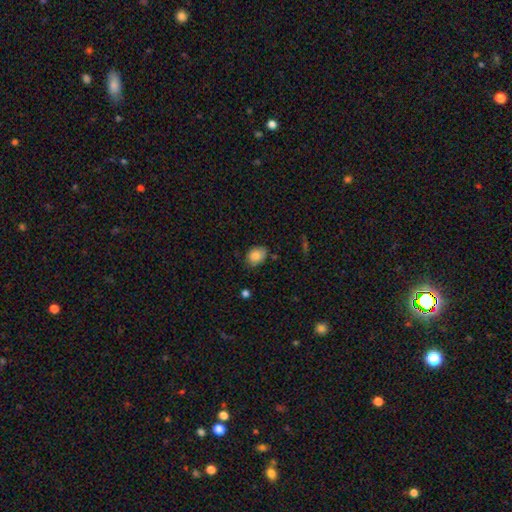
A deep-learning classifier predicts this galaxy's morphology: Smooth or featured?
  - smooth: 84% *
  - featured or disk: 8%
  - star or artifact: 8%
How rounded?
  - in between: 61% *
  - round: 38%
  - cigar-shaped: 1%
Merging?
  - none: 72% *
  - minor disturbance: 22%
  - major disturbance: 4%
  - merger: 2%